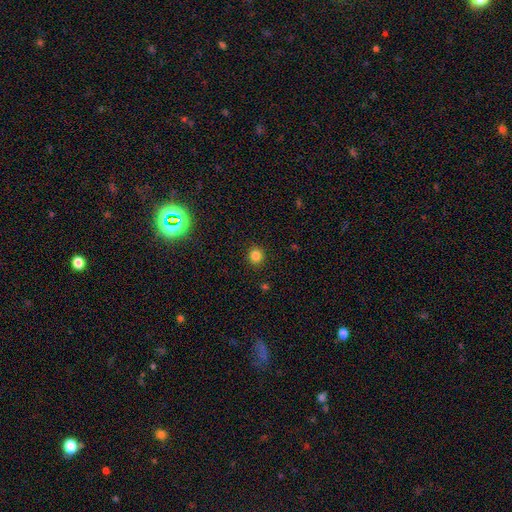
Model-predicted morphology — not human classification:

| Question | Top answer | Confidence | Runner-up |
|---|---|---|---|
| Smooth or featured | smooth | 83% | star or artifact (13%) |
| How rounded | round | 90% | in between (9%) |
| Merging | none | 91% | minor disturbance (6%) |